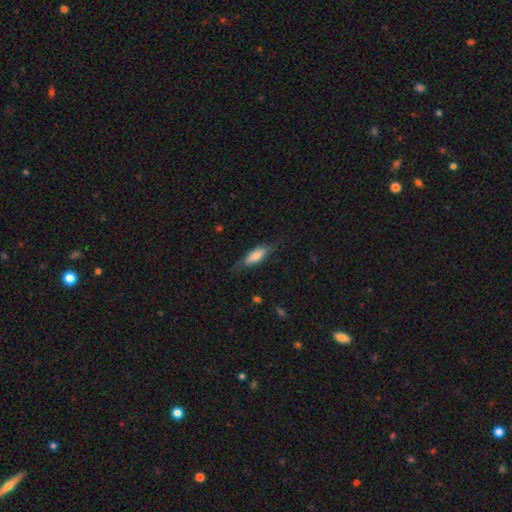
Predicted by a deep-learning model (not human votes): smooth 69%, featured or disk 25%, star or artifact 6%. Down the decision tree: how rounded — in between (63%); merging — none (67%).